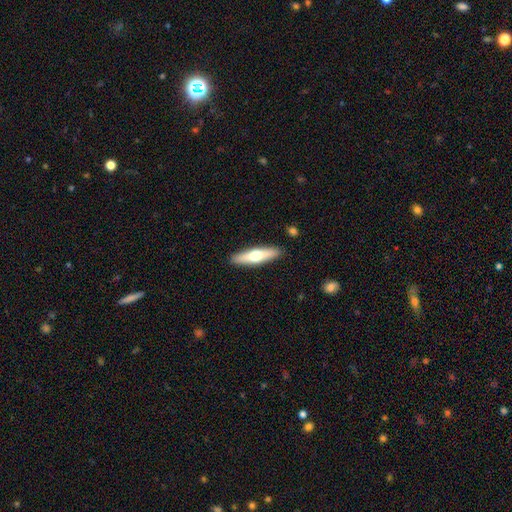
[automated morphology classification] Smooth or featured: smooth — 50% (featured or disk — 44%)
How rounded: cigar-shaped — 74% (in between — 24%)
Merging: none — 89% (minor disturbance — 7%)